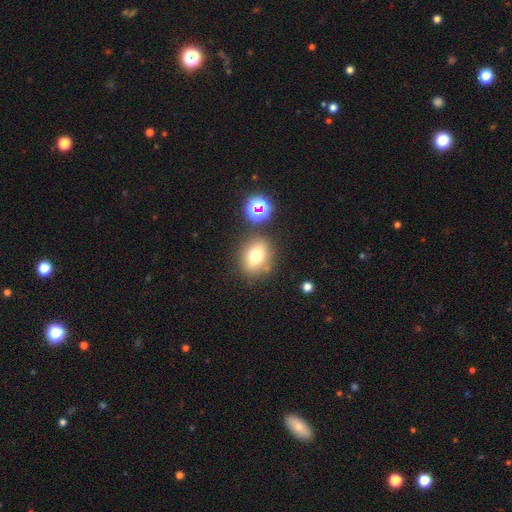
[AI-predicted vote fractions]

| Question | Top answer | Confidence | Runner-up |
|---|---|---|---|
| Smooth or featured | smooth | 73% | star or artifact (14%) |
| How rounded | in between | 56% | round (42%) |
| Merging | none | 74% | minor disturbance (14%) |